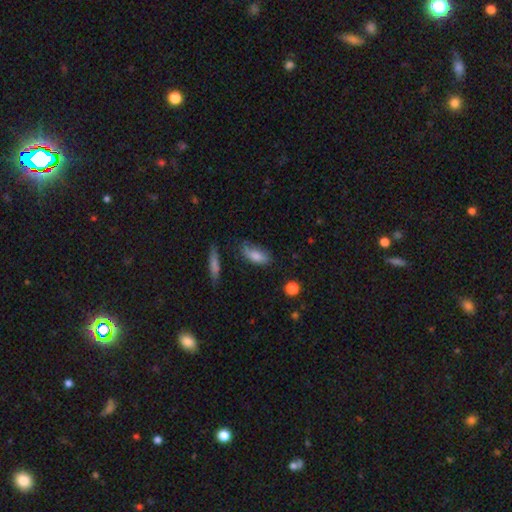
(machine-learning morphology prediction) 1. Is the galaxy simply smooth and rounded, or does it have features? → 78% smooth, 14% featured or disk, 8% star or artifact.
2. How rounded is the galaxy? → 78% in between, 19% cigar-shaped, 3% round.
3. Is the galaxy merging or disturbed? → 51% none, 32% minor disturbance, 12% major disturbance, 4% merger.